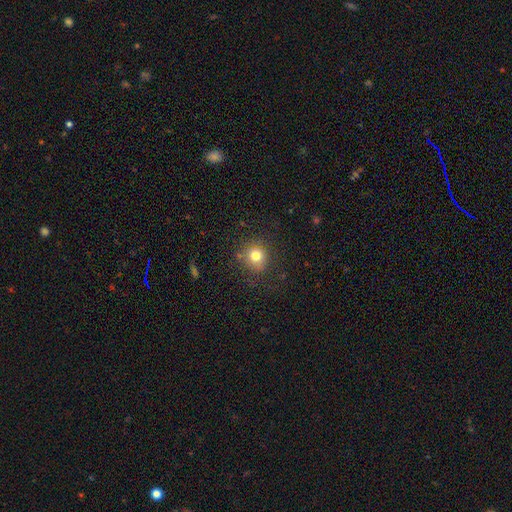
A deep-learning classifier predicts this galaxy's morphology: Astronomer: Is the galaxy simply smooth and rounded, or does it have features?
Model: smooth — 78%.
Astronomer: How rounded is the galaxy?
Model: round — 88%.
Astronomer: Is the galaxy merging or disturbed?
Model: none — 79%.